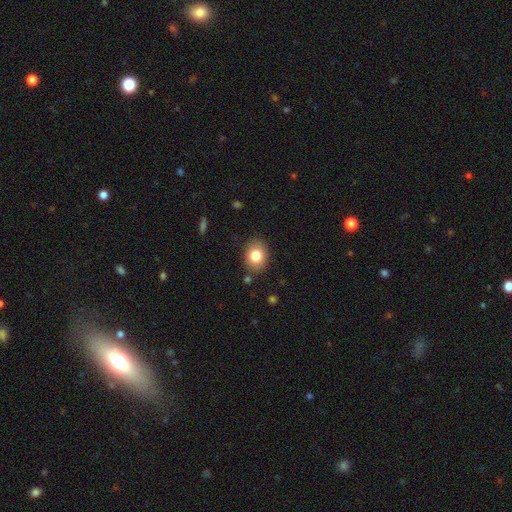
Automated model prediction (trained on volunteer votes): A smooth galaxy with no disk features (81%) that is in between round and cigar-shaped (59%).

Vote fractions:
- Smooth or featured? smooth: 81% / featured or disk: 11% / star or artifact: 9%
- How rounded? in between: 59% / round: 40% / cigar-shaped: 1%
- Merging? none: 84% / minor disturbance: 11% / major disturbance: 3% / merger: 2%